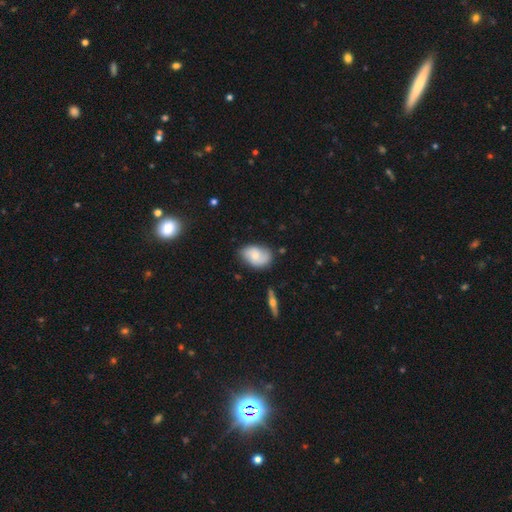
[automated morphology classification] This is possibly a smooth galaxy (57%). How rounded: clearly in between (85%). Merging: likely none (70%).